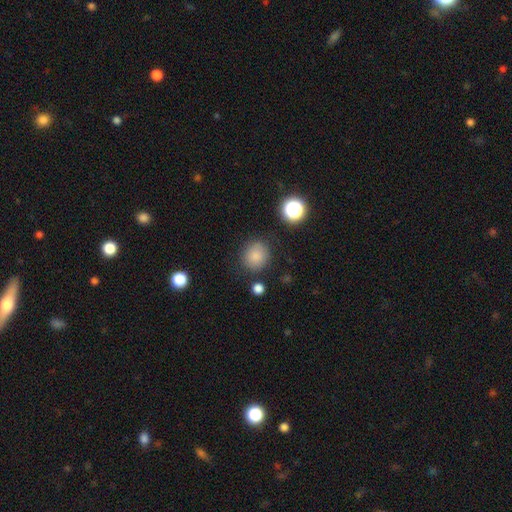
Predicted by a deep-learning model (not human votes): A smooth galaxy with no disk features (82%) that is round (86%). Merging: none (83%).